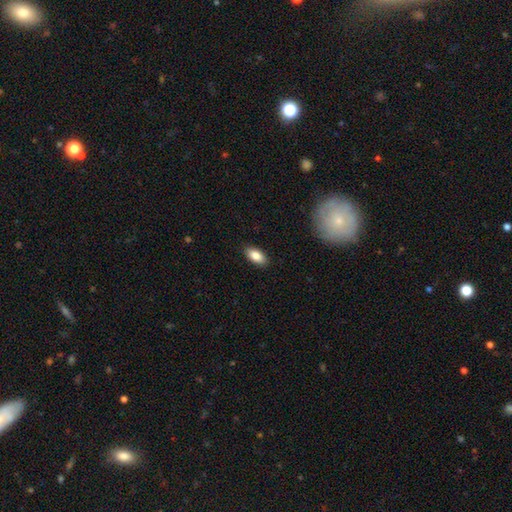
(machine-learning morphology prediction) The model was most divided on "smooth or featured": smooth: 85%, featured or disk: 8%, star or artifact: 7%. More confident: how rounded — in between (91%); merging — none (88%).